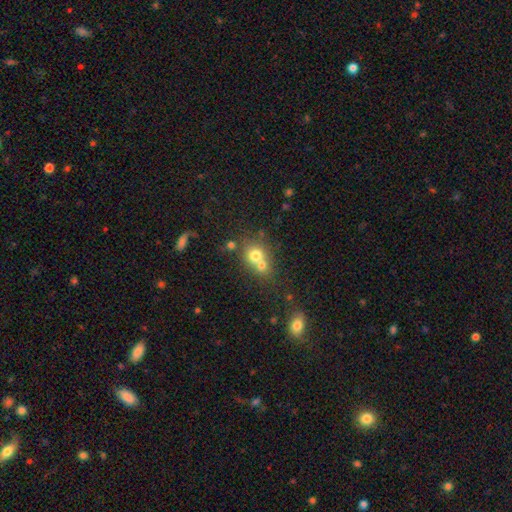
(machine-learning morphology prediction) smooth-or-featured: smooth: 70% | featured or disk: 17% | star or artifact: 13%
  how-rounded: round: 75% | in between: 24% | cigar-shaped: 1%
  merging: merger: 57% | none: 33% | minor disturbance: 7% | major disturbance: 3%